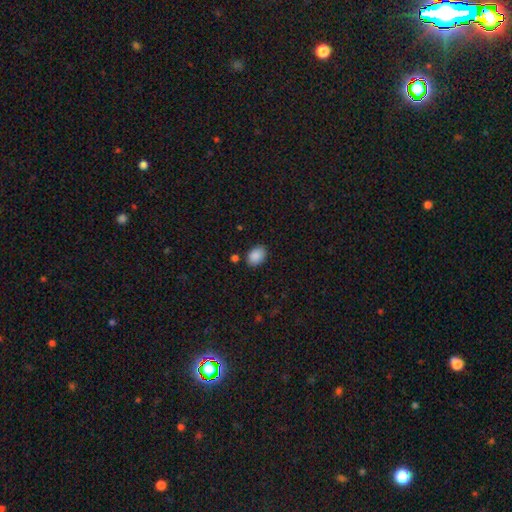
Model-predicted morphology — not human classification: A smooth galaxy with no disk features (89%) that is in between round and cigar-shaped (82%).

Vote fractions:
- Smooth or featured? smooth: 89% / star or artifact: 8% / featured or disk: 4%
- How rounded? in between: 82% / round: 17% / cigar-shaped: 1%
- Merging? none: 82% / minor disturbance: 12% / merger: 3% / major disturbance: 3%